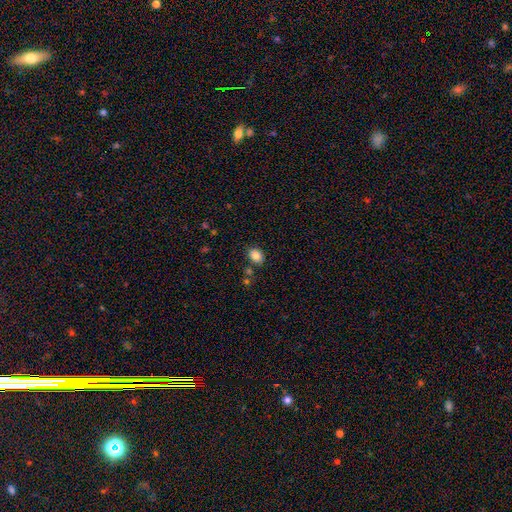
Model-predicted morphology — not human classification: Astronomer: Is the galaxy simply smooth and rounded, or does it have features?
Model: smooth — 85%.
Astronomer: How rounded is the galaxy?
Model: in between — 67%.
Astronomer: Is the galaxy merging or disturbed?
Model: none — 82%.